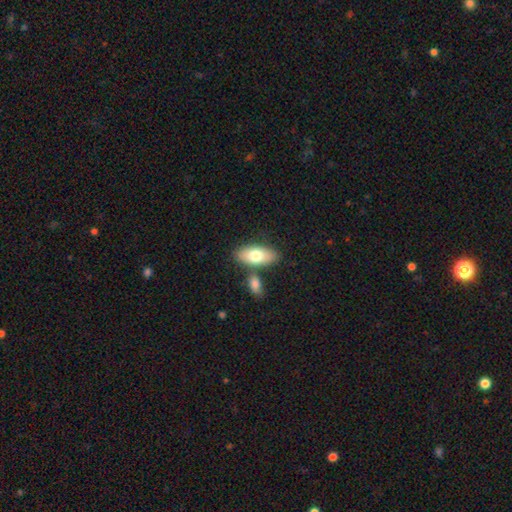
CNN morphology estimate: Overall: smooth (75%). How rounded: in between (90%). Merging: none (69%).